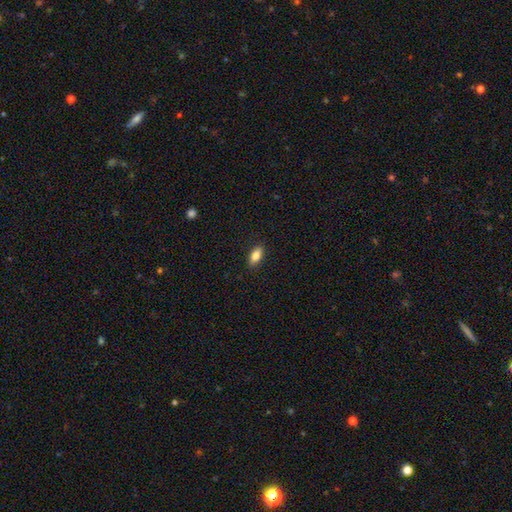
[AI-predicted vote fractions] Q: Smooth or featured?
A: smooth (83%); runner-up: featured or disk (10%)
Q: How rounded?
A: in between (87%); runner-up: cigar-shaped (10%)
Q: Merging?
A: none (89%); runner-up: minor disturbance (9%)